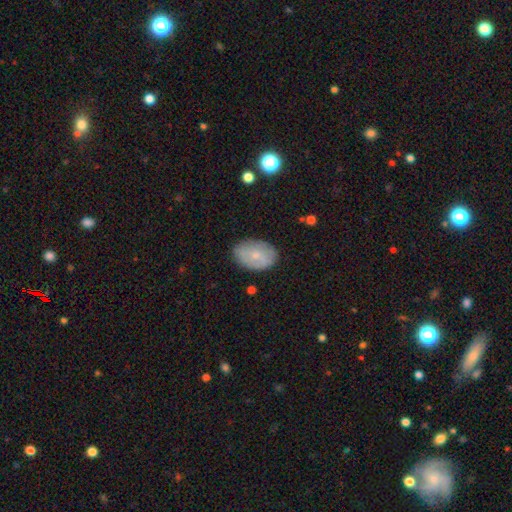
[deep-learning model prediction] The model was most divided on "smooth or featured": smooth: 63%, featured or disk: 30%, star or artifact: 7%. More confident: how rounded — in between (84%); merging — none (81%).